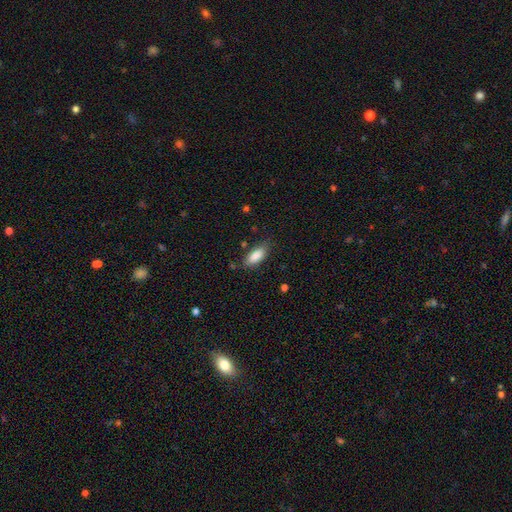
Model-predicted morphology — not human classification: Smooth or featured: smooth — 87% (star or artifact — 7%)
How rounded: in between — 84% (cigar-shaped — 14%)
Merging: none — 78% (minor disturbance — 16%)